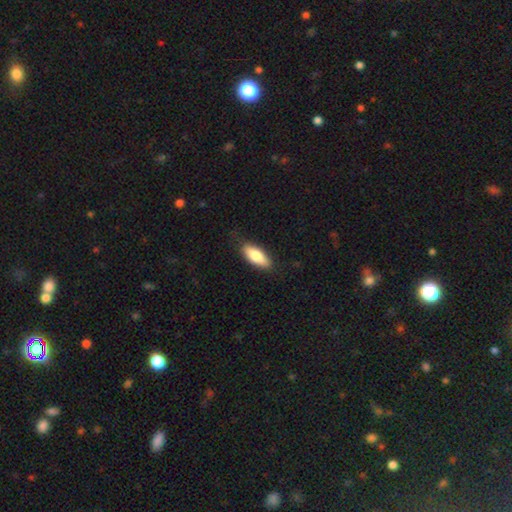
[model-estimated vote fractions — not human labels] This is likely a smooth galaxy (78%). How rounded: likely in between (77%). Merging: clearly none (82%).